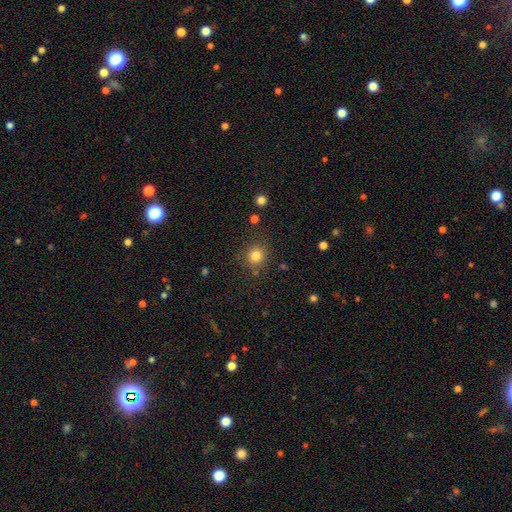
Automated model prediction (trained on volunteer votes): The model was most divided on "smooth or featured": smooth: 81%, star or artifact: 13%, featured or disk: 6%. More confident: how rounded — round (86%); merging — none (83%).